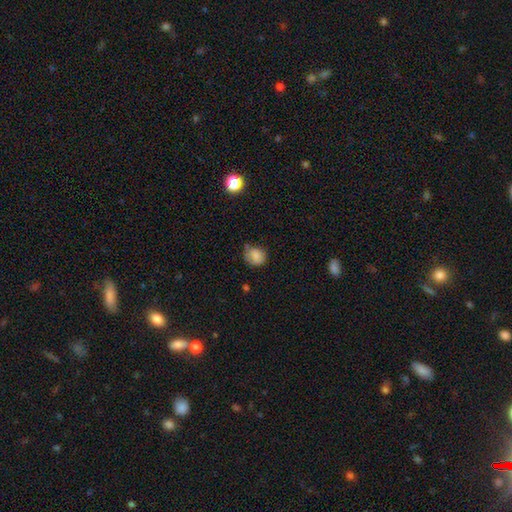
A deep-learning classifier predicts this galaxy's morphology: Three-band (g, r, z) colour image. It shows a smooth galaxy with no disk features (82%) that is round (63%). Merging: none (55%).